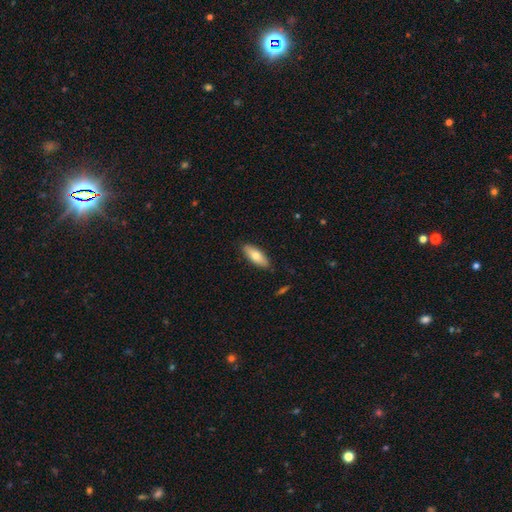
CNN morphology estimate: Smooth or featured?
  - smooth: 72% *
  - featured or disk: 22%
  - star or artifact: 6%
How rounded?
  - in between: 71% *
  - cigar-shaped: 27%
  - round: 2%
Merging?
  - none: 87% *
  - minor disturbance: 10%
  - major disturbance: 2%
  - merger: 1%